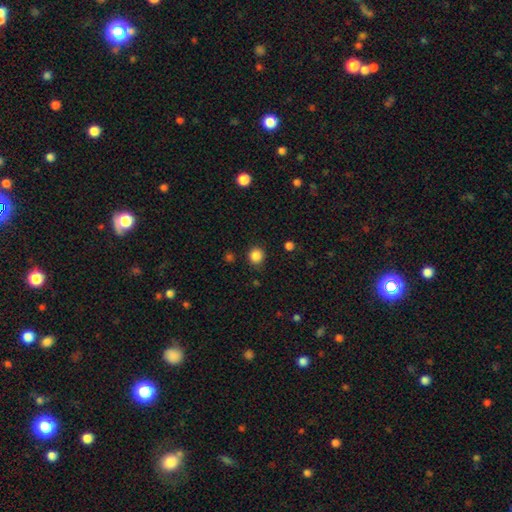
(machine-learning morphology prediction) smooth 86%, star or artifact 11%, featured or disk 3%. Down the decision tree: how rounded — round (92%); merging — none (88%).